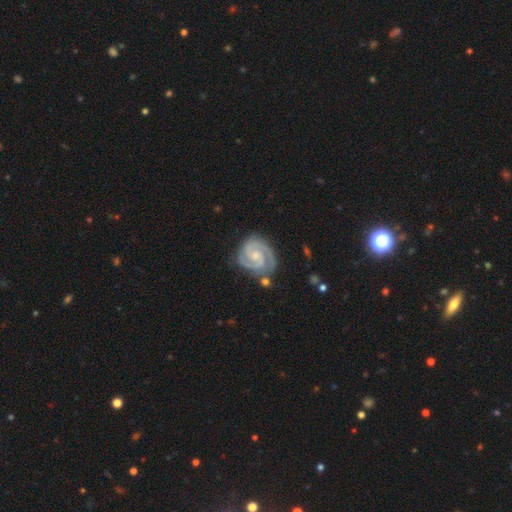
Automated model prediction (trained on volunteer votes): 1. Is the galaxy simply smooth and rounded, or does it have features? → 92% featured or disk, 4% star or artifact, 4% smooth.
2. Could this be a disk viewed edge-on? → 98% no, 2% yes.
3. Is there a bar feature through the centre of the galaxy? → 53% no, 37% weak, 10% strong.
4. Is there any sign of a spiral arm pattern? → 99% yes, 1% no.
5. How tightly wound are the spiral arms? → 71% tight, 27% medium, 3% loose.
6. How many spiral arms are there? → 85% 2, 9% 3, 2% can't tell, 1% 1, 1% 4, 1% more than 4.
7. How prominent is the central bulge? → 54% small, 32% moderate, 11% none, 2% large, 1% dominant.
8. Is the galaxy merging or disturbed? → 76% none, 16% minor disturbance, 4% major disturbance, 4% merger.